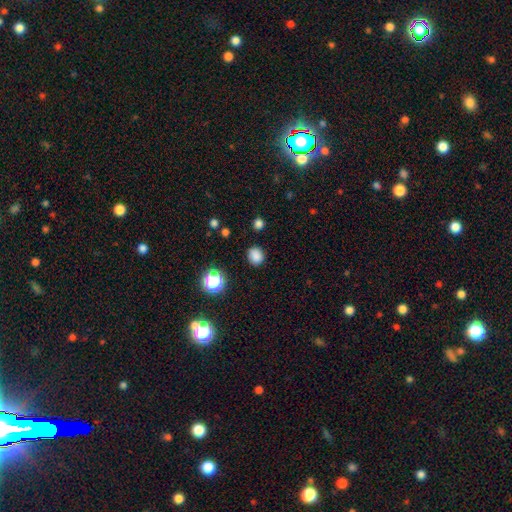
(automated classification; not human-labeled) Smooth or featured: smooth — 82% (star or artifact — 14%)
How rounded: round — 73% (in between — 26%)
Merging: none — 85% (minor disturbance — 10%)